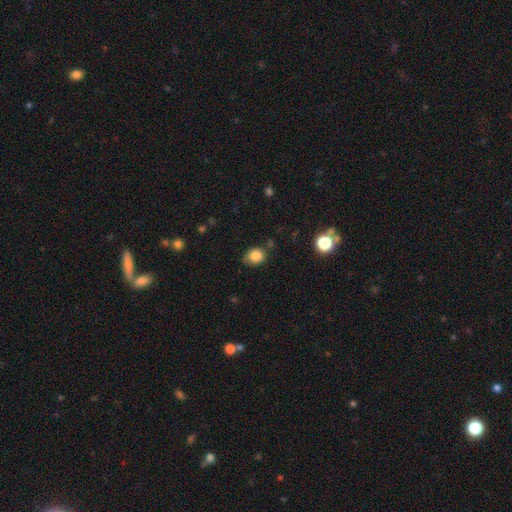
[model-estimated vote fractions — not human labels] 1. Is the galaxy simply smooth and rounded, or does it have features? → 85% smooth, 10% star or artifact, 5% featured or disk.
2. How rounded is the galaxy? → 58% round, 41% in between, 1% cigar-shaped.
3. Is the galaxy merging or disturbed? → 68% none, 24% minor disturbance, 5% major disturbance, 3% merger.